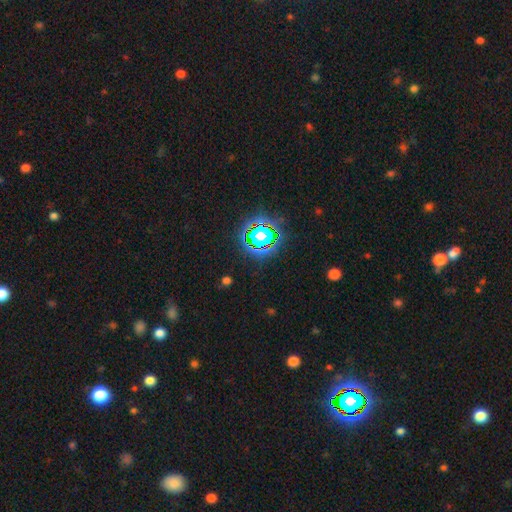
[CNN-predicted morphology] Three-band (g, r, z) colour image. It shows a star or artifact, not a galaxy (82%).